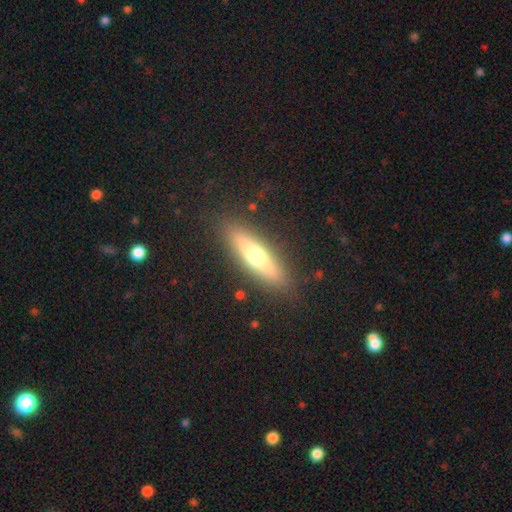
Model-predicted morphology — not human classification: smooth-or-featured: smooth: 48% | featured or disk: 45% | star or artifact: 7%
  merging: none: 87% | minor disturbance: 9% | major disturbance: 3% | merger: 1%